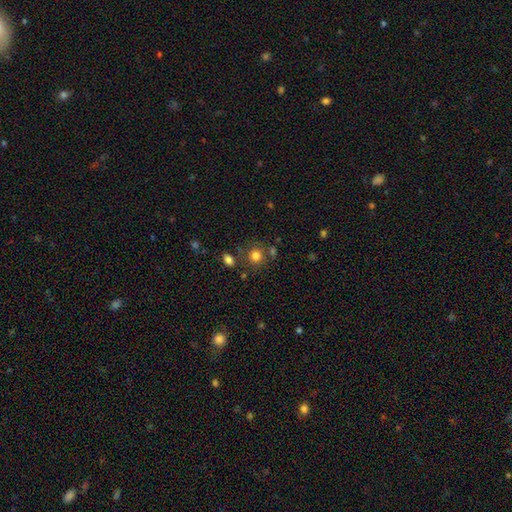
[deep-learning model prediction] Smooth or featured?
  - smooth: 80% *
  - star or artifact: 13%
  - featured or disk: 8%
How rounded?
  - round: 87% *
  - in between: 12%
  - cigar-shaped: 1%
Merging?
  - none: 73% *
  - minor disturbance: 11%
  - merger: 11%
  - major disturbance: 5%